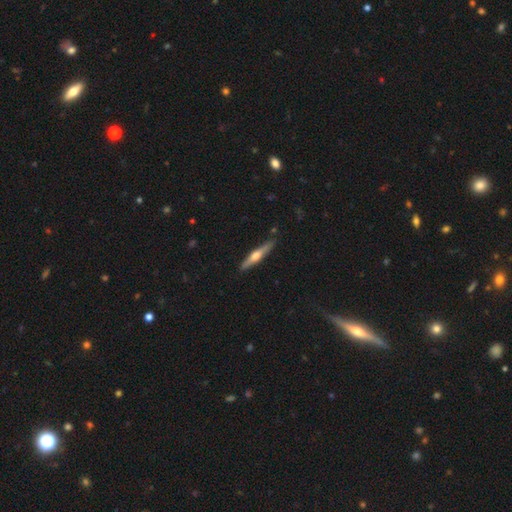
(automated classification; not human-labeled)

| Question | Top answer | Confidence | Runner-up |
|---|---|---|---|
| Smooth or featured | featured or disk | 60% | smooth (35%) |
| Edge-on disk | yes | 96% | no (4%) |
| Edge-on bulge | rounded | 90% | none (5%) |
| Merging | none | 88% | minor disturbance (9%) |